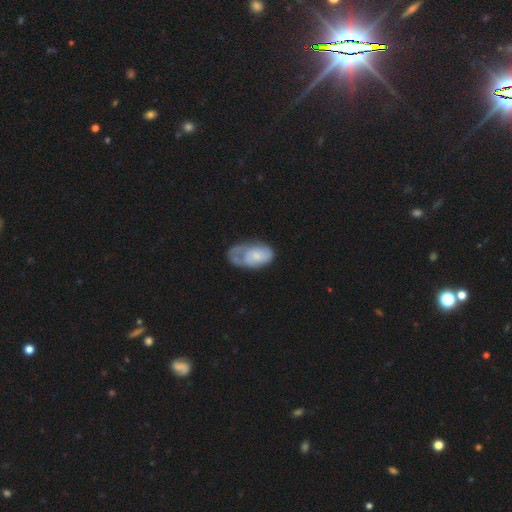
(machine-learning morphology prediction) smooth_or_featured: featured or disk (p=0.49) [alt: smooth p=0.45]
merging: major disturbance (p=0.34) [alt: minor disturbance p=0.31]